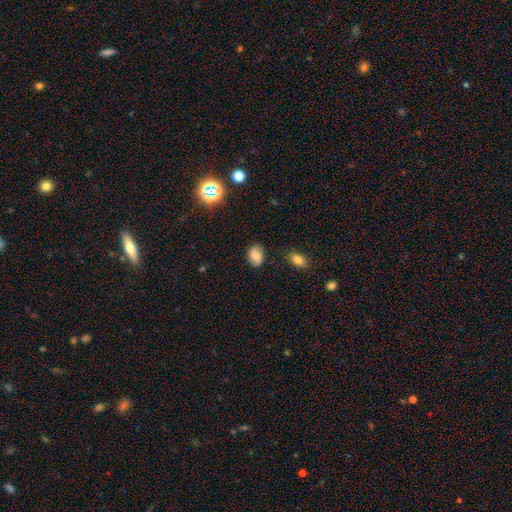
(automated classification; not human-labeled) Morphology: type=smooth (75%); roundness=in between (80%); merging=none (79%).